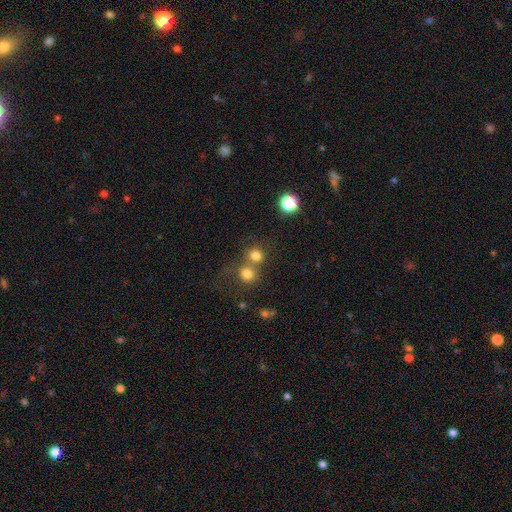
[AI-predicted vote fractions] Morphology: type=smooth (77%); roundness=round (87%); merging=none (50%).